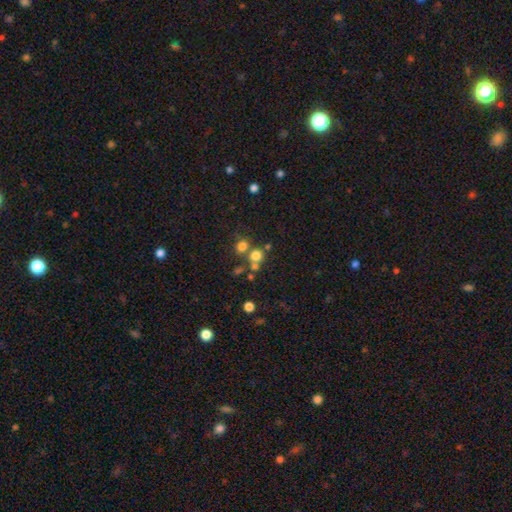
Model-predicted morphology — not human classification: This is likely a smooth galaxy (72%). How rounded: clearly round (82%). Merging: possibly none (53%).